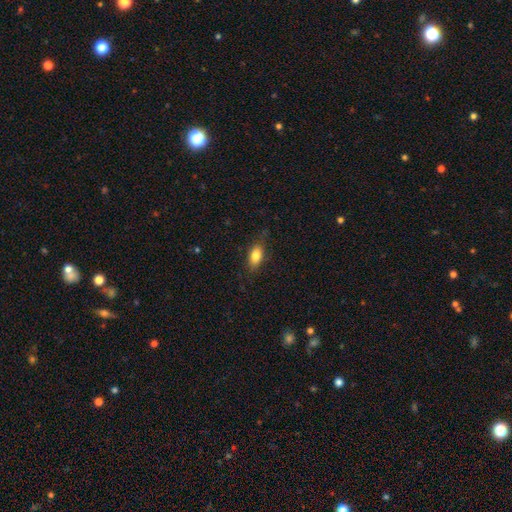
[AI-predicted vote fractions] A smooth galaxy with no disk features (81%) that is in between round and cigar-shaped (84%).

Vote fractions:
- Smooth or featured? smooth: 81% / featured or disk: 12% / star or artifact: 7%
- How rounded? in between: 84% / cigar-shaped: 10% / round: 6%
- Merging? none: 78% / minor disturbance: 17% / major disturbance: 5% / merger: 1%